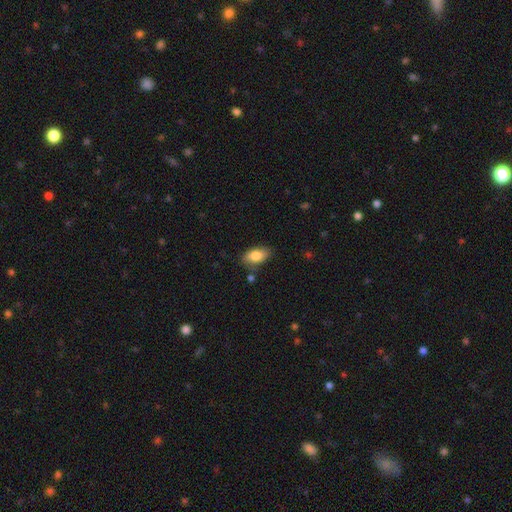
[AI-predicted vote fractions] Smooth or featured? Predicted: smooth (p=0.80). How rounded? Predicted: in between (p=0.91). Merging? Predicted: none (p=0.76).